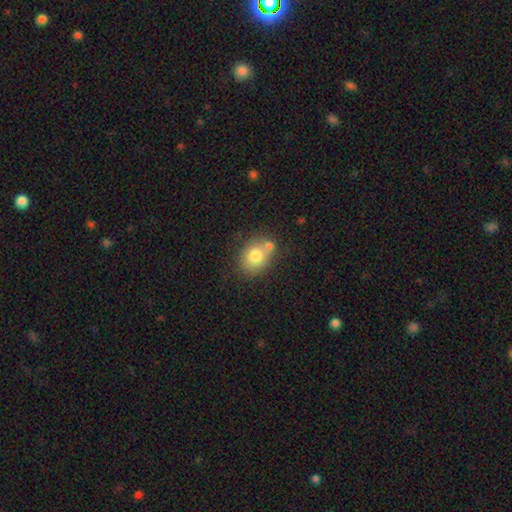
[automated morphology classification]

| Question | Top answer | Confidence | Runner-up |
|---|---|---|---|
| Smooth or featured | smooth | 77% | featured or disk (14%) |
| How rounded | in between | 55% | round (44%) |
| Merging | none | 53% | merger (28%) |